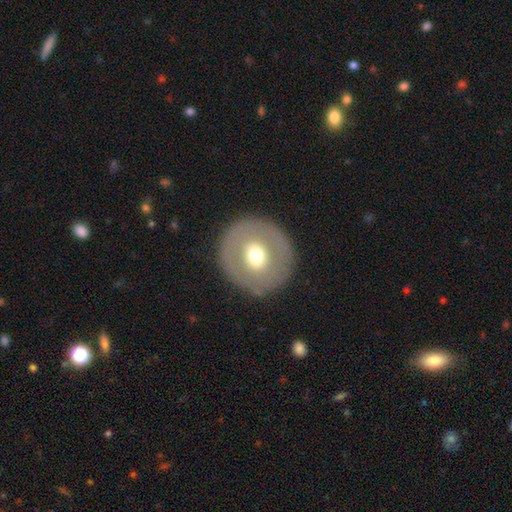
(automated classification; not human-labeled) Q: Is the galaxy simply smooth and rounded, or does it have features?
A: smooth — 49%.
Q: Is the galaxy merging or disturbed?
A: none — 86%.